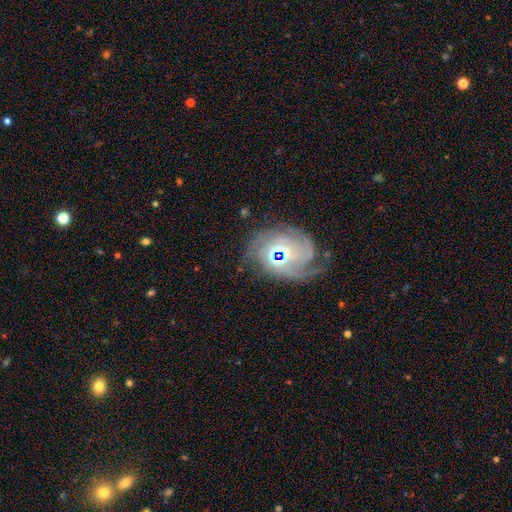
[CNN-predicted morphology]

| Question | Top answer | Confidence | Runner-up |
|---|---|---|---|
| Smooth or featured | featured or disk | 77% | star or artifact (12%) |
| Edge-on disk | no | 97% | yes (3%) |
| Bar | no | 42% | weak (39%) |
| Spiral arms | yes | 95% | no (5%) |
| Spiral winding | tight | 67% | medium (27%) |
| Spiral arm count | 2 | 34% | can't tell (21%) |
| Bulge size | moderate | 50% | small (33%) |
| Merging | none | 69% | minor disturbance (17%) |